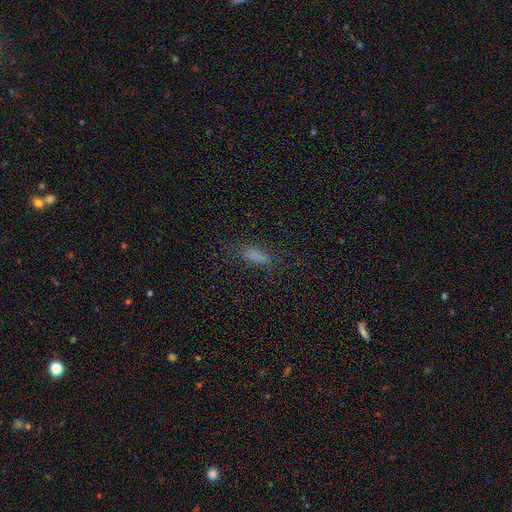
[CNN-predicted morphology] Smooth or featured? Predicted: smooth (p=0.69). How rounded? Predicted: in between (p=0.53). Merging? Predicted: none (p=0.64).